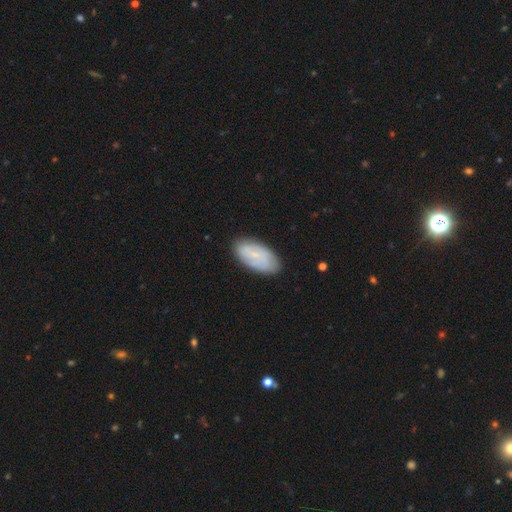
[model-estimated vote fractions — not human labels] Smooth or featured?
  - smooth: 52% *
  - featured or disk: 41%
  - star or artifact: 7%
How rounded?
  - in between: 92% *
  - cigar-shaped: 5%
  - round: 3%
Merging?
  - none: 80% *
  - minor disturbance: 16%
  - major disturbance: 3%
  - merger: 1%